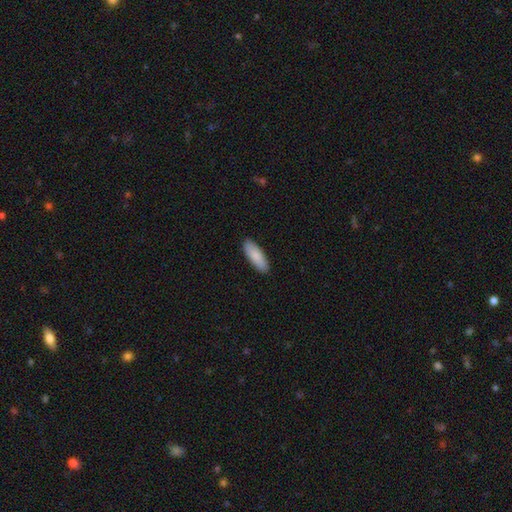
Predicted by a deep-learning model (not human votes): Smooth or featured? smooth (86%)
How rounded? in between (63%)
Merging? none (90%)